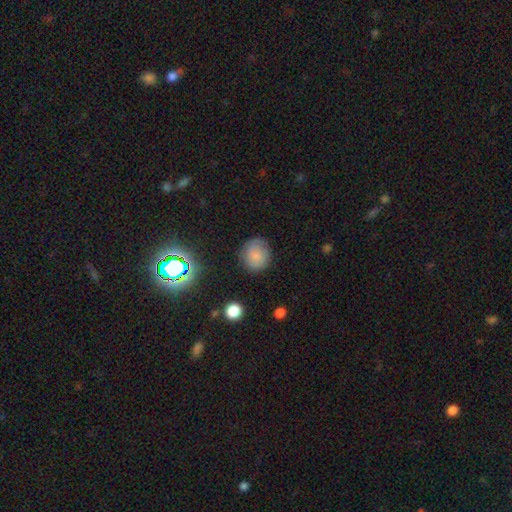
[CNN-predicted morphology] This is likely a smooth galaxy (78%). How rounded: clearly round (82%). Merging: clearly none (81%).